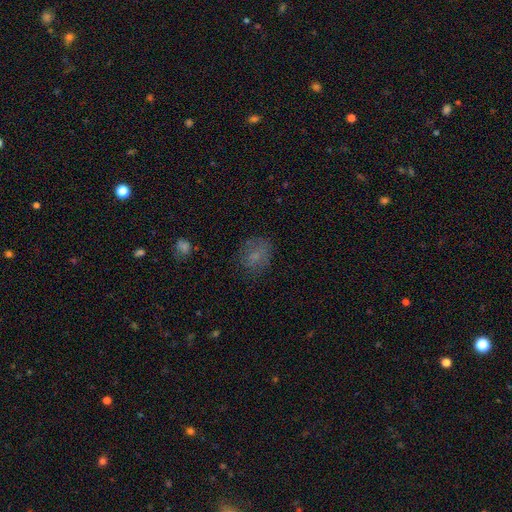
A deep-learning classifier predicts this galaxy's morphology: A smooth galaxy with no disk features (66%) that is round (58%).

Vote fractions:
- Smooth or featured? smooth: 66% / featured or disk: 18% / star or artifact: 15%
- How rounded? round: 58% / in between: 41% / cigar-shaped: 1%
- Merging? none: 68% / minor disturbance: 20% / major disturbance: 10% / merger: 2%